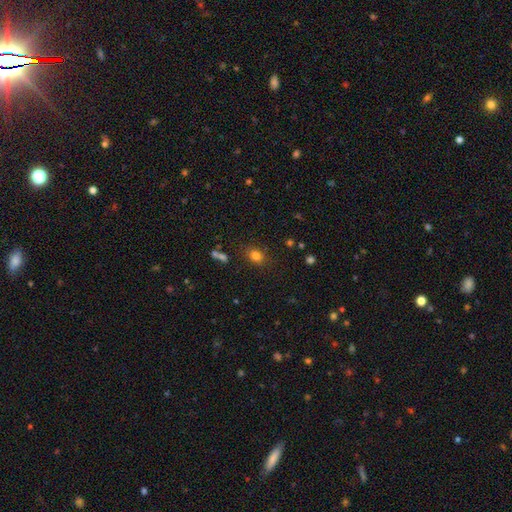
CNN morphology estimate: A smooth galaxy with no disk features (80%) that is in between round and cigar-shaped (56%). Merging: none (82%).